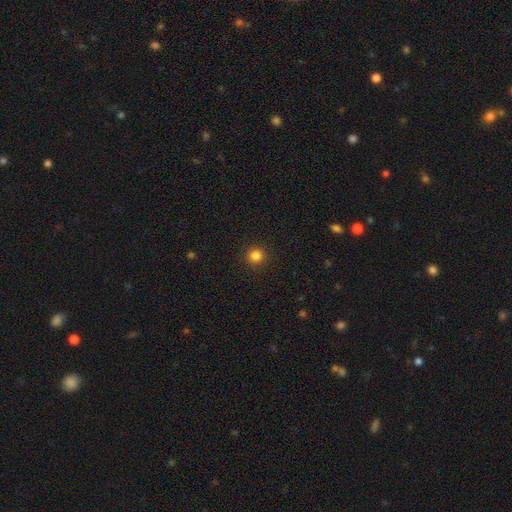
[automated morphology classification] Q: Smooth or featured?
A: smooth (83%); runner-up: star or artifact (13%)
Q: How rounded?
A: round (96%); runner-up: in between (3%)
Q: Merging?
A: none (93%); runner-up: minor disturbance (5%)